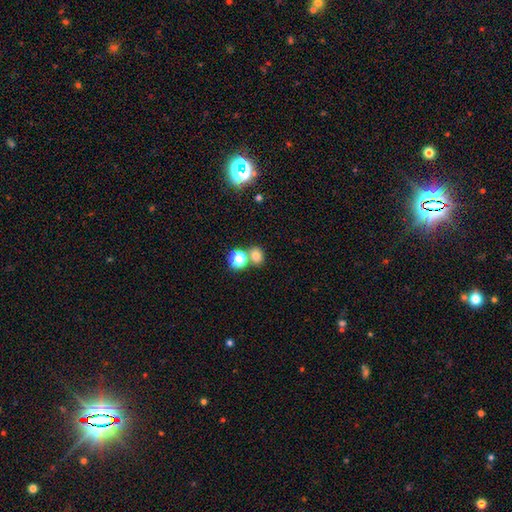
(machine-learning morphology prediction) The model was most divided on "how rounded": round: 63%, in between: 36%, cigar-shaped: 1%. More confident: smooth or featured — smooth (74%); merging — none (60%).